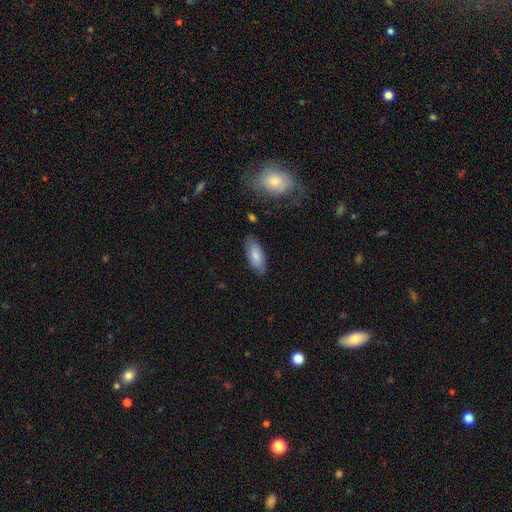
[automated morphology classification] smooth-or-featured: smooth: 77% | featured or disk: 16% | star or artifact: 6%
  how-rounded: in between: 85% | cigar-shaped: 13% | round: 2%
  merging: none: 79% | minor disturbance: 16% | major disturbance: 3% | merger: 2%